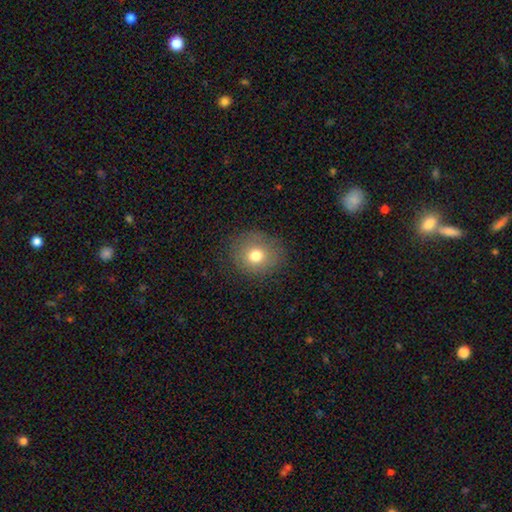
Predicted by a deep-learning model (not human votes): This is likely a smooth galaxy (75%). How rounded: likely round (75%). Merging: clearly none (83%).